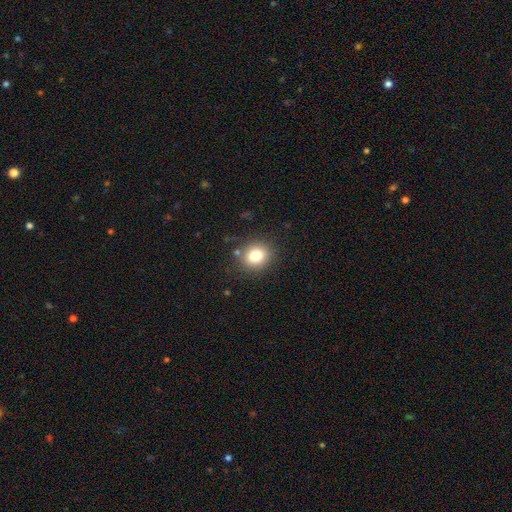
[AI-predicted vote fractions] A smooth galaxy with no disk features (80%) that is round (74%). Merging: none (85%).